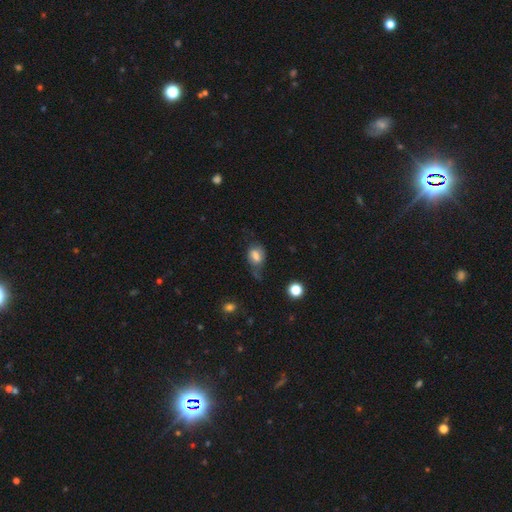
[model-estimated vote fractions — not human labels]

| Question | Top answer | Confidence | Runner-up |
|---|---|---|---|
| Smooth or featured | smooth | 61% | featured or disk (28%) |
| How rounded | in between | 75% | round (23%) |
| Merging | none | 41% | minor disturbance (31%) |